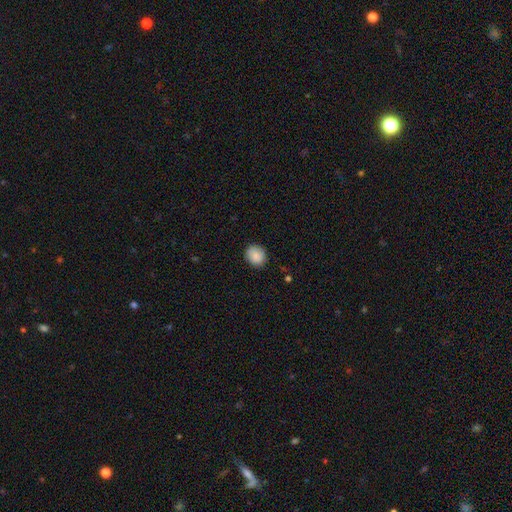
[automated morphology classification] This is clearly a smooth galaxy (84%). How rounded: clearly round (84%). Merging: clearly none (87%).